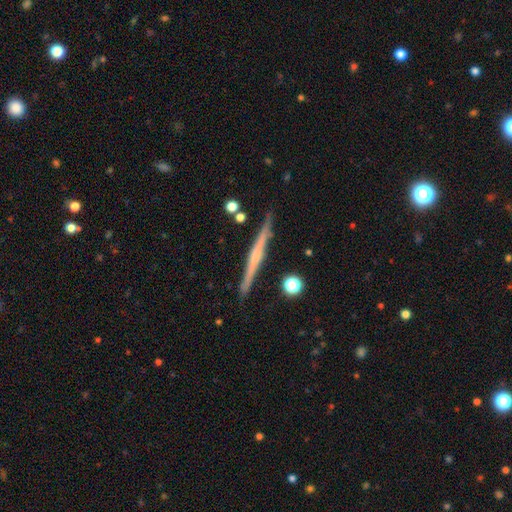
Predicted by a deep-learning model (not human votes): The model was most divided on "edge-on bulge": rounded: 44%, none: 42%, boxy: 14%. More confident: edge-on disk — yes (98%); merging — none (90%); smooth or featured — featured or disk (70%).